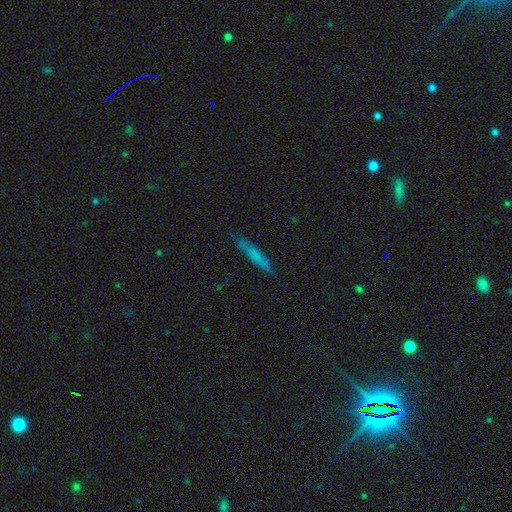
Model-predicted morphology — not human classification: Smooth or featured? Predicted: smooth (p=0.64). How rounded? Predicted: cigar-shaped (p=0.94). Merging? Predicted: none (p=0.84).